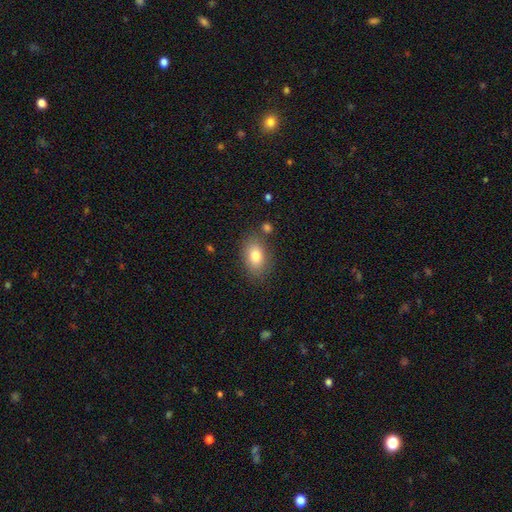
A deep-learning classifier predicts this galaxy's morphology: This appears to be a smooth galaxy with no disk features (80%) that is in between round and cigar-shaped (85%). Merging: none (78%).